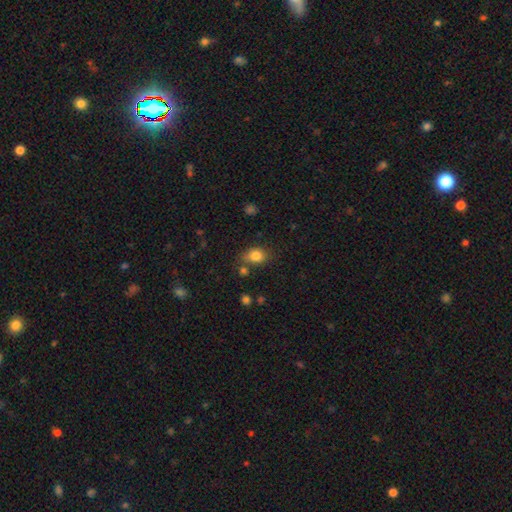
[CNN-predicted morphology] smooth 82%, star or artifact 11%, featured or disk 7%. Down the decision tree: how rounded — in between (58%); merging — none (68%).